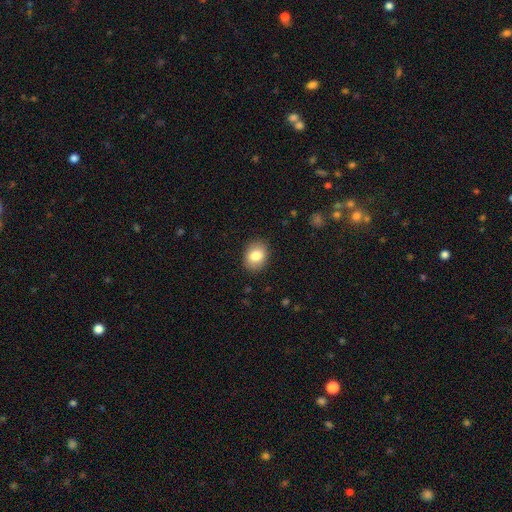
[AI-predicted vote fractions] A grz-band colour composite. It shows a smooth galaxy with no disk features (84%) that is in between round and cigar-shaped (59%). Merging: none (88%).